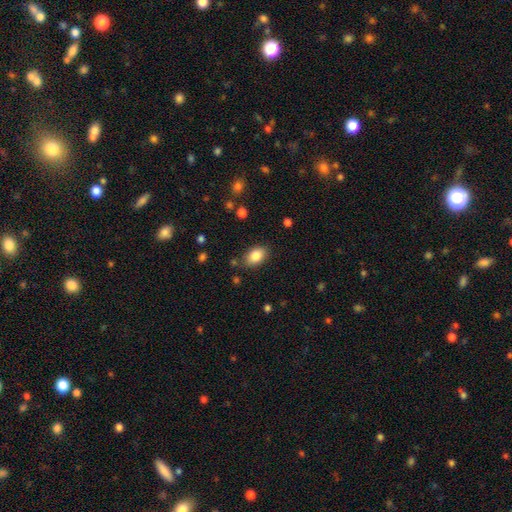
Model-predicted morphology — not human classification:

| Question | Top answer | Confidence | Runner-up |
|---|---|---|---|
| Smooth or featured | smooth | 84% | star or artifact (8%) |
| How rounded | in between | 85% | round (14%) |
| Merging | none | 82% | minor disturbance (13%) |